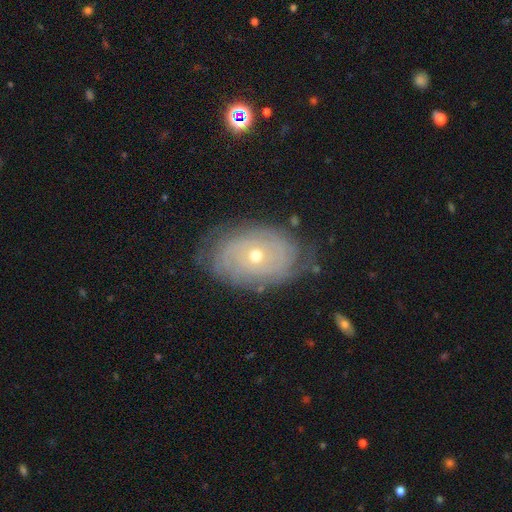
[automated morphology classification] This is likely a featured or disk galaxy (78%). It is clearly not viewed edge-on (95%). Bar: clearly no (85%). Spiral arm pattern: clearly yes (86%). Spiral arm count: possibly can't tell (51%). Spiral winding: clearly tight (84%). Central bulge: possibly moderate (50%). Merging: likely none (75%).